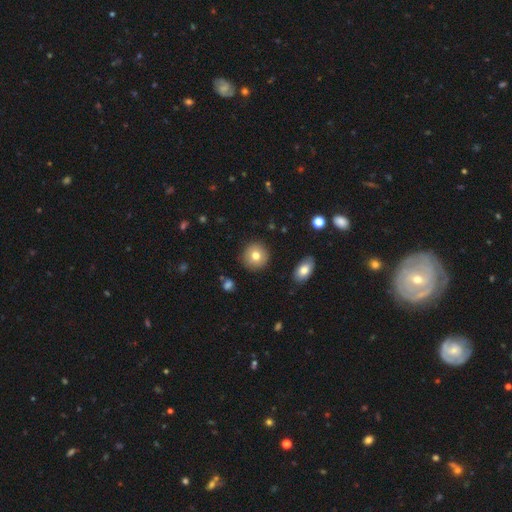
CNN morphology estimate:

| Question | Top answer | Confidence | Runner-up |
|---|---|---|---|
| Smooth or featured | smooth | 77% | featured or disk (14%) |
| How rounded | round | 92% | in between (7%) |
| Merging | none | 90% | minor disturbance (7%) |